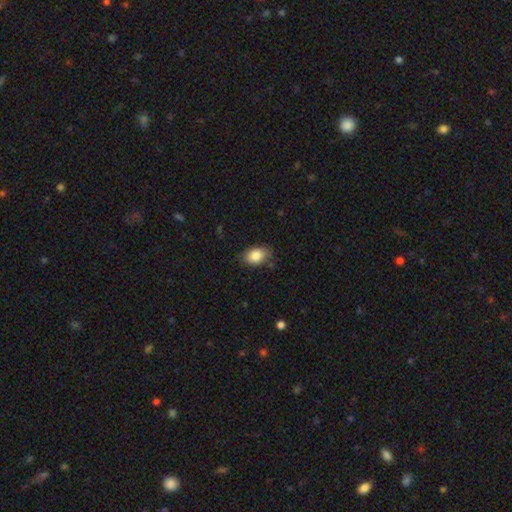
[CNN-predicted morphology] A smooth galaxy with no disk features (85%) that is in between round and cigar-shaped (83%).

Vote fractions:
- Smooth or featured? smooth: 85% / star or artifact: 8% / featured or disk: 7%
- How rounded? in between: 83% / round: 16% / cigar-shaped: 1%
- Merging? none: 78% / minor disturbance: 17% / major disturbance: 3% / merger: 1%